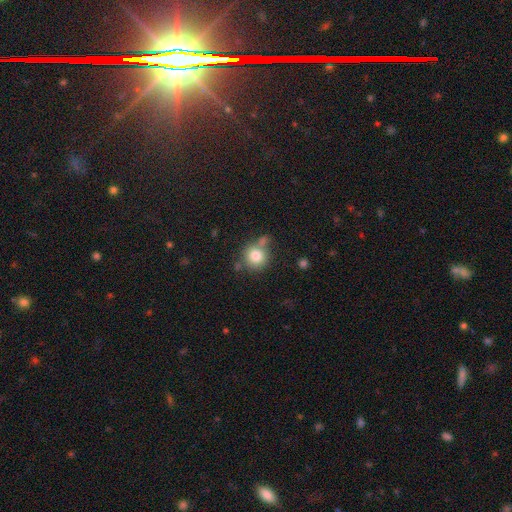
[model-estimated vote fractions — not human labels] smooth 80%, star or artifact 11%, featured or disk 10%. Down the decision tree: how rounded — round (89%); merging — none (64%).